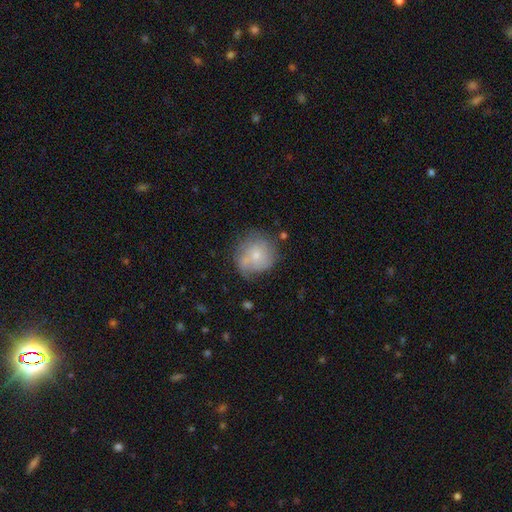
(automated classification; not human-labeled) smooth_or_featured: smooth (p=0.53) [alt: featured or disk p=0.39]
how_rounded: round (p=0.84) [alt: in between p=0.15]
merging: none (p=0.56) [alt: minor disturbance p=0.27]